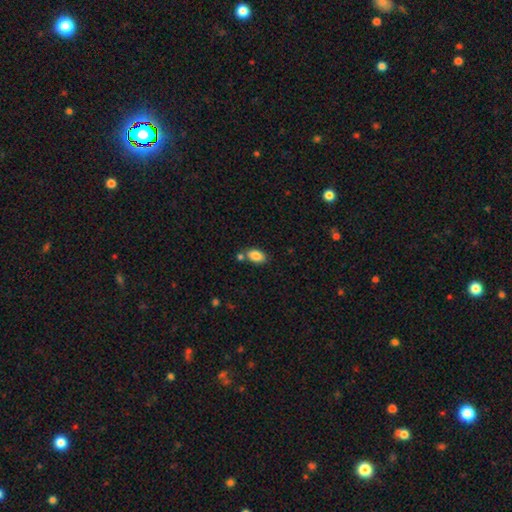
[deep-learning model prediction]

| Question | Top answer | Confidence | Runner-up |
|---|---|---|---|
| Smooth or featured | smooth | 86% | star or artifact (8%) |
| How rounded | in between | 90% | round (8%) |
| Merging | none | 69% | merger (16%) |